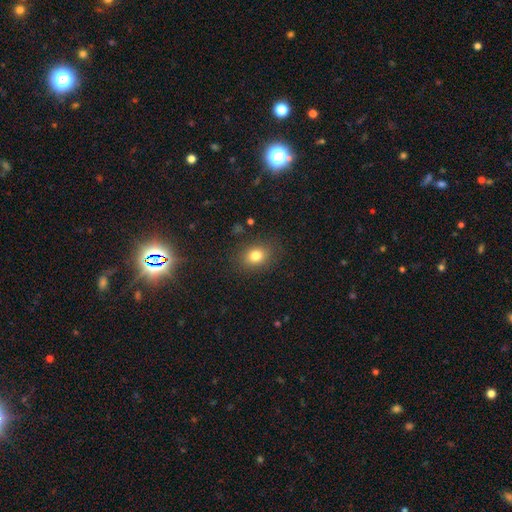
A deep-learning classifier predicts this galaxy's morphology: The model was most divided on "how rounded": in between: 53%, round: 46%, cigar-shaped: 1%. More confident: merging — none (85%); smooth or featured — smooth (80%).